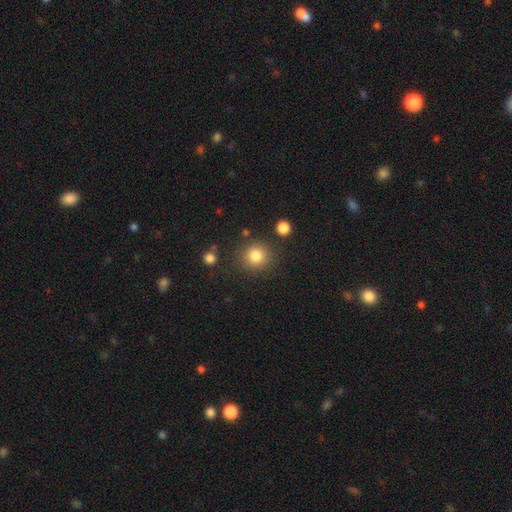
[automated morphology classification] smooth-or-featured: smooth: 83% | star or artifact: 11% | featured or disk: 6%
  how-rounded: round: 89% | in between: 10% | cigar-shaped: 1%
  merging: none: 83% | minor disturbance: 9% | merger: 4% | major disturbance: 4%